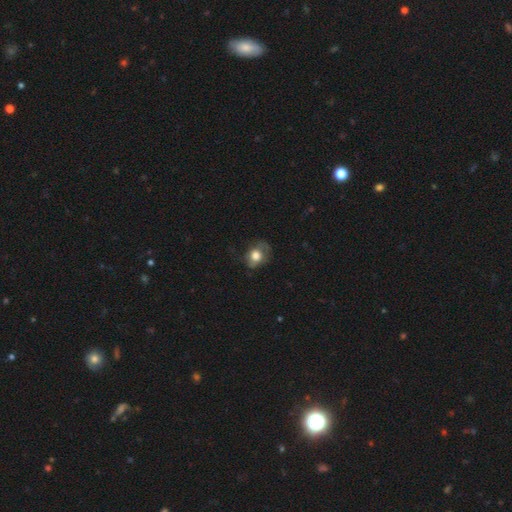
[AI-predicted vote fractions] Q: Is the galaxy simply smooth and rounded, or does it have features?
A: smooth — 68%.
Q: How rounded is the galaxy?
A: round — 51%.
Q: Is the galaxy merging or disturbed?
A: none — 55%.